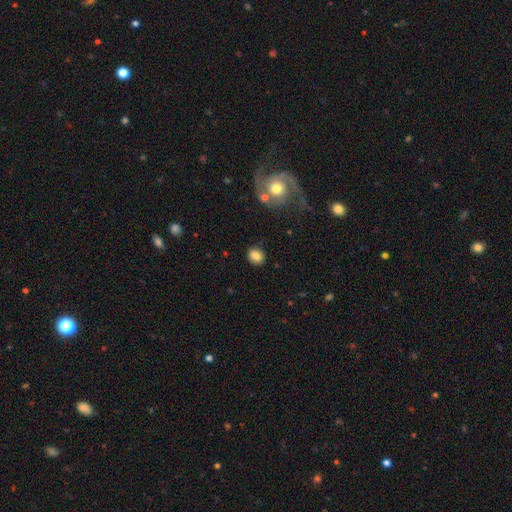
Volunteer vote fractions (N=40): Overall: smooth (88%). How rounded: round (60%; in between 37%). Merging: none (70%).